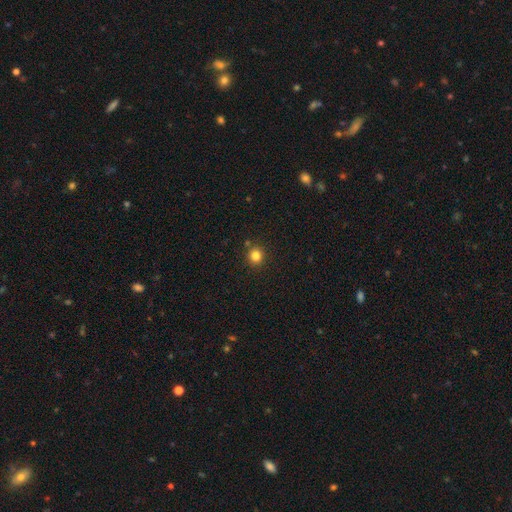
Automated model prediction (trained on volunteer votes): Morphology: type=smooth (82%); roundness=round (92%); merging=none (87%).